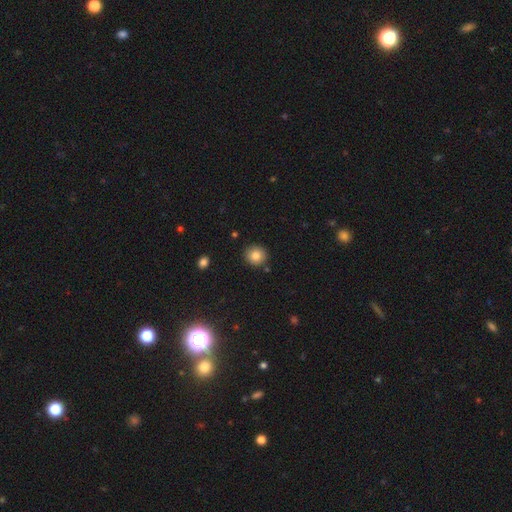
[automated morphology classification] A smooth galaxy with no disk features (83%) that is round (90%). Merging: none (88%).